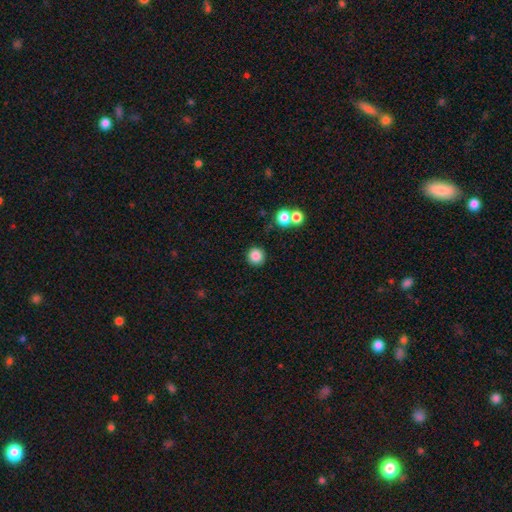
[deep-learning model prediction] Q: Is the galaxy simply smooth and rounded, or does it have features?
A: smooth — 85%.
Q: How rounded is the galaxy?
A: round — 95%.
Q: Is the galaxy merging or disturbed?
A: none — 88%.